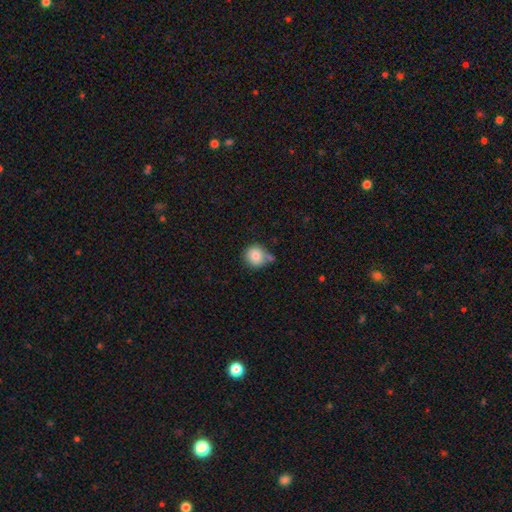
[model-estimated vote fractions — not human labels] The model was most divided on "merging": none: 58%, minor disturbance: 20%, merger: 16%, major disturbance: 6%. More confident: how rounded — round (90%); smooth or featured — smooth (83%).